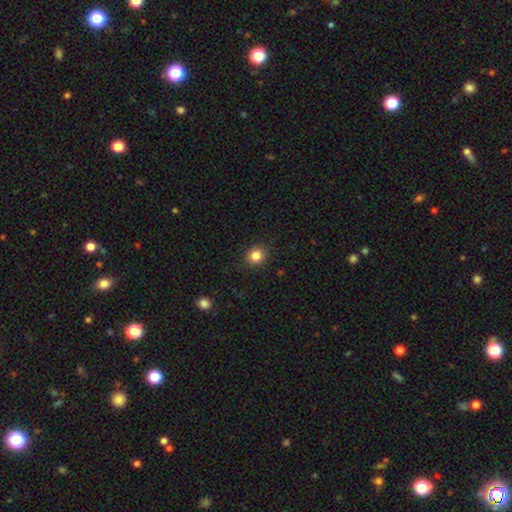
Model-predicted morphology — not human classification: A smooth galaxy with no disk features (84%) that is round (86%).

Vote fractions:
- Smooth or featured? smooth: 84% / star or artifact: 12% / featured or disk: 5%
- How rounded? round: 86% / in between: 13% / cigar-shaped: 1%
- Merging? none: 91% / minor disturbance: 6% / major disturbance: 2% / merger: 1%